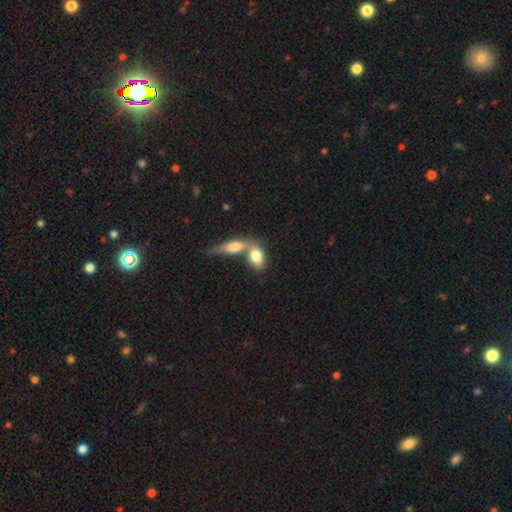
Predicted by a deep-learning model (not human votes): A smooth galaxy with no disk features (77%) that is in between round and cigar-shaped (82%). Merging: merger (58%).